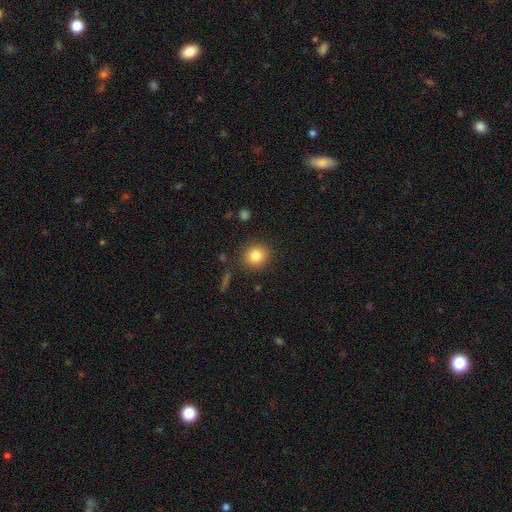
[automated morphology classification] This appears to be a smooth galaxy with no disk features (83%) that is round (86%). Merging: none (88%).